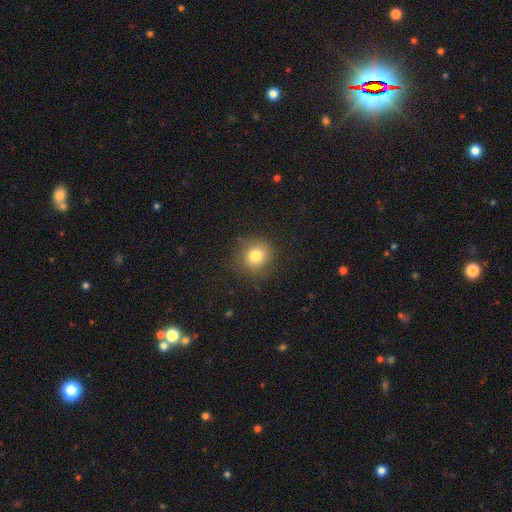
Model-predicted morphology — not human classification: This is likely a smooth galaxy (79%). How rounded: clearly round (87%). Merging: clearly none (84%).